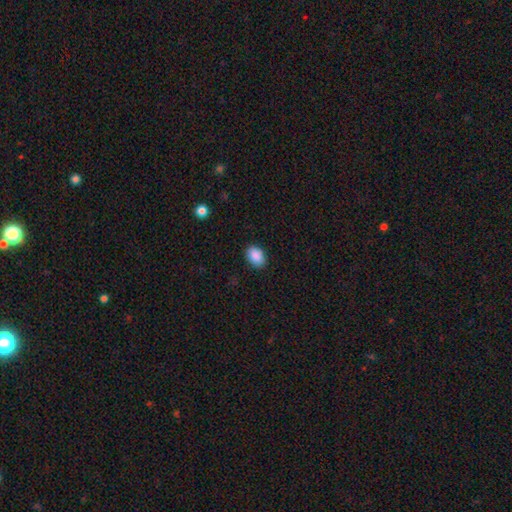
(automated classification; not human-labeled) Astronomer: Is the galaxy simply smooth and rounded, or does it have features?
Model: smooth — 89%.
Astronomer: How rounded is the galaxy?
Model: in between — 83%.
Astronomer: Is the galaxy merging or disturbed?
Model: none — 87%.